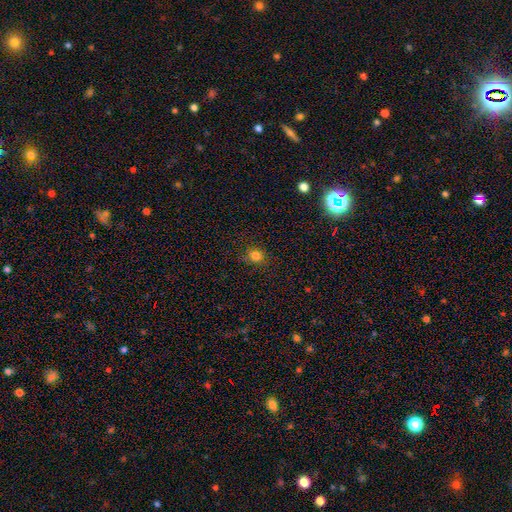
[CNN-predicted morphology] Overall: smooth (79%). How rounded: round (83%). Merging: none (84%).